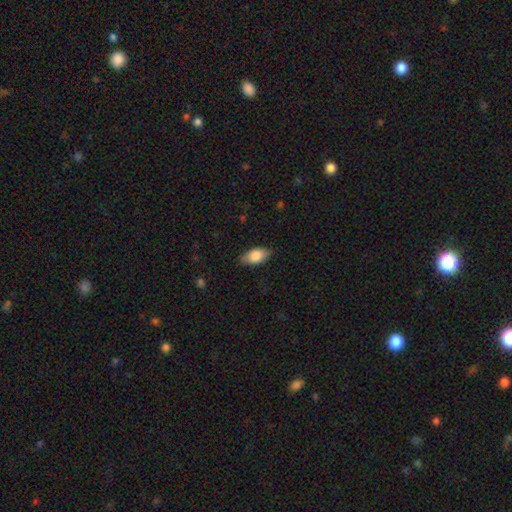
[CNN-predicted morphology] smooth-or-featured: smooth: 81% | featured or disk: 13% | star or artifact: 7%
  how-rounded: in between: 90% | cigar-shaped: 5% | round: 4%
  merging: none: 83% | minor disturbance: 13% | major disturbance: 3% | merger: 1%